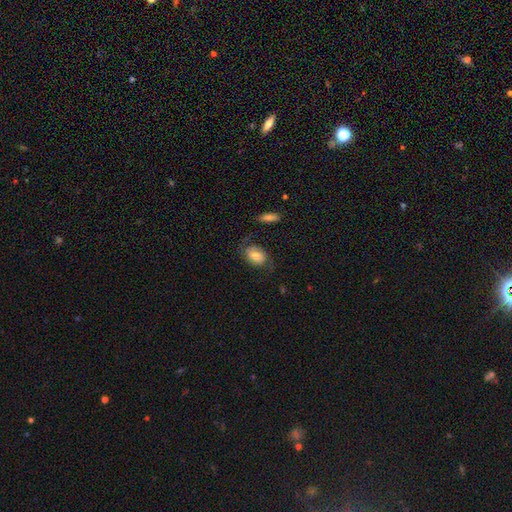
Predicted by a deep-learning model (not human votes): Smooth or featured?
  - smooth: 58% *
  - featured or disk: 34%
  - star or artifact: 8%
How rounded?
  - in between: 78% *
  - round: 21%
  - cigar-shaped: 2%
Merging?
  - none: 61% *
  - minor disturbance: 22%
  - major disturbance: 14%
  - merger: 3%